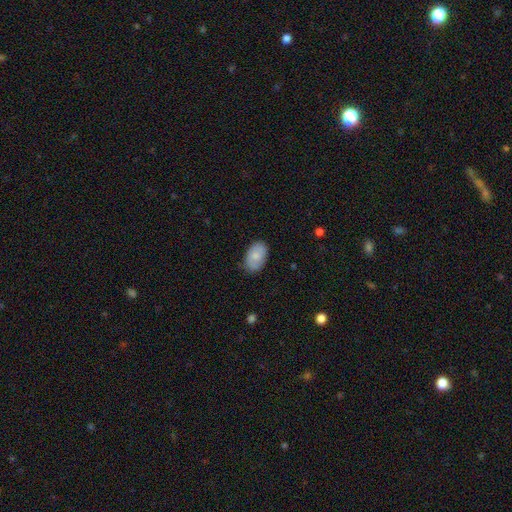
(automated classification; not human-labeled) Overall: smooth (71%). How rounded: in between (91%). Merging: none (80%).